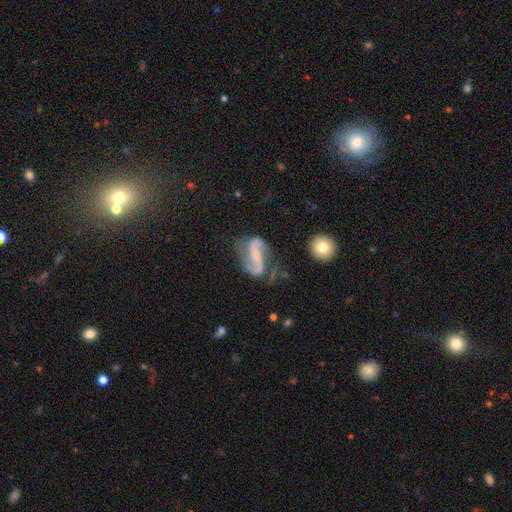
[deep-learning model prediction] smooth_or_featured: featured or disk (p=0.85) [alt: smooth p=0.09]
disk_edge_on: no (p=0.97) [alt: yes p=0.03]
bar: strong (p=0.39) [alt: weak p=0.35]
has_spiral_arms: yes (p=0.95) [alt: no p=0.05]
spiral_winding: loose (p=0.62) [alt: medium p=0.30]
spiral_arm_count: 2 (p=0.92) [alt: can't tell p=0.03]
bulge_size: small (p=0.43) [alt: none p=0.36]
merging: none (p=0.61) [alt: minor disturbance p=0.20]